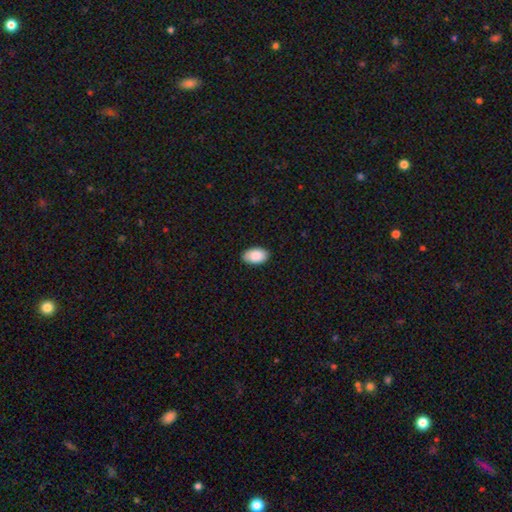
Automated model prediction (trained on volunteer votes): The model was most divided on "merging": none: 87%, minor disturbance: 10%, major disturbance: 2%, merger: 1%. More confident: how rounded — in between (94%); smooth or featured — smooth (88%).